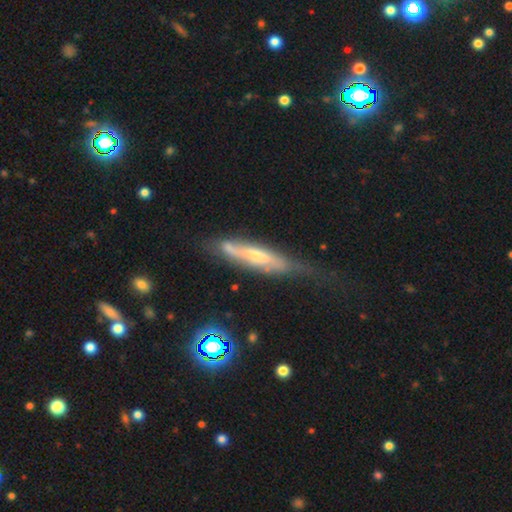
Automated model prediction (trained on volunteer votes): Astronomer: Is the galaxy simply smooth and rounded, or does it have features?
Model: featured or disk — 63%.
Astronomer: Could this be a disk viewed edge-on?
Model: yes — 61% (runner-up: no, 39%).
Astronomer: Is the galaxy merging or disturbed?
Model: none — 41% (runner-up: minor disturbance, 33%).